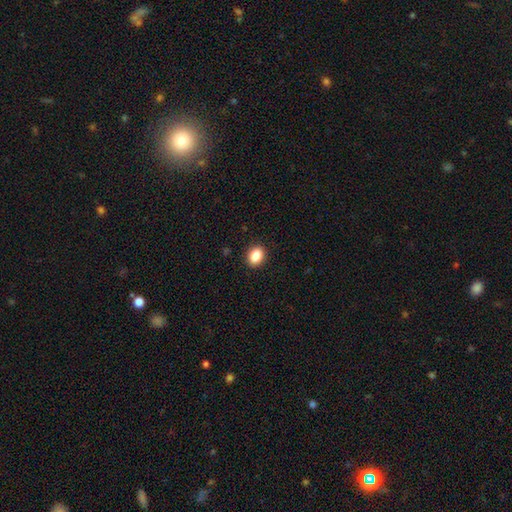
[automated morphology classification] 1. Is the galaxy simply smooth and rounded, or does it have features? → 87% smooth, 9% star or artifact, 4% featured or disk.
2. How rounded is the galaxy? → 67% in between, 32% round, 1% cigar-shaped.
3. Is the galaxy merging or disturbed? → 91% none, 7% minor disturbance, 2% major disturbance, 1% merger.